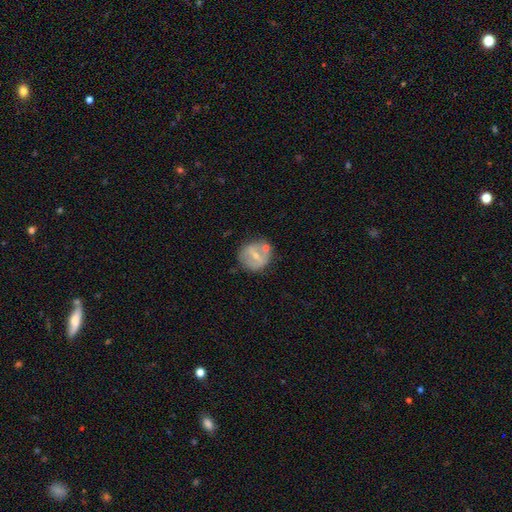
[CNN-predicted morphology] The model was most divided on "smooth or featured": featured or disk: 52%, smooth: 40%, star or artifact: 8%. More confident: edge-on disk — no (94%); merging — none (63%).